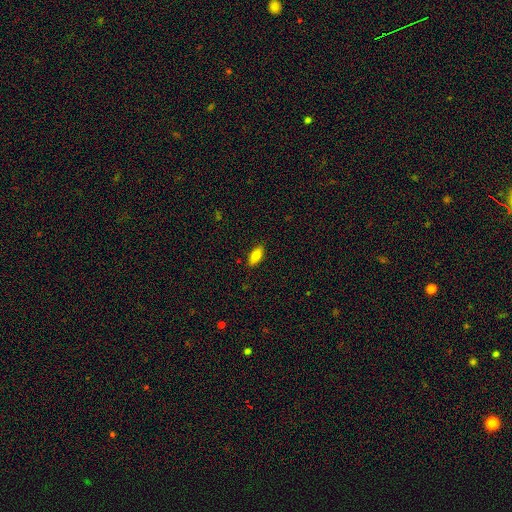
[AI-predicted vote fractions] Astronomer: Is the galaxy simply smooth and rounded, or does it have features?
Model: smooth — 80%.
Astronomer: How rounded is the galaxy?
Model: in between — 82%.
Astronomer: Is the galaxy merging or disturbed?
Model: none — 88%.